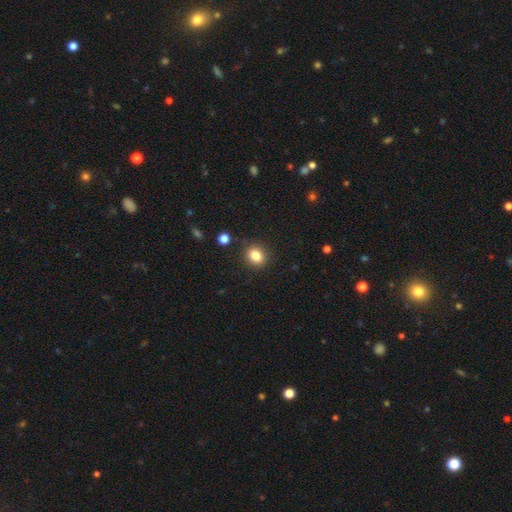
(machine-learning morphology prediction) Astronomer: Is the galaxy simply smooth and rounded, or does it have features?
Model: smooth — 83%.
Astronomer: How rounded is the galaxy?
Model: round — 70%.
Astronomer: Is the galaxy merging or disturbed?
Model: none — 88%.